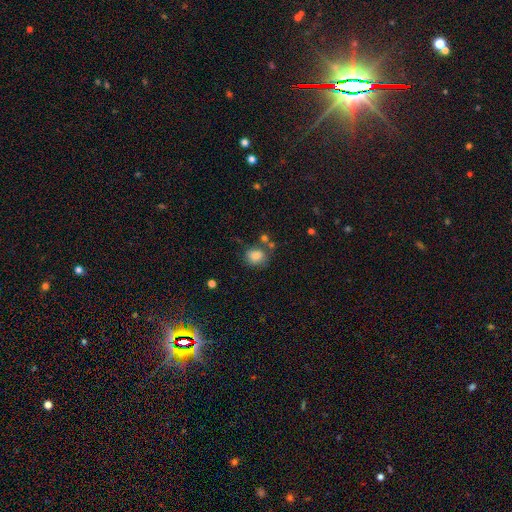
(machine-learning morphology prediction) The model was most divided on "how rounded": round: 57%, in between: 42%, cigar-shaped: 1%. More confident: smooth or featured — smooth (83%); merging — none (61%).